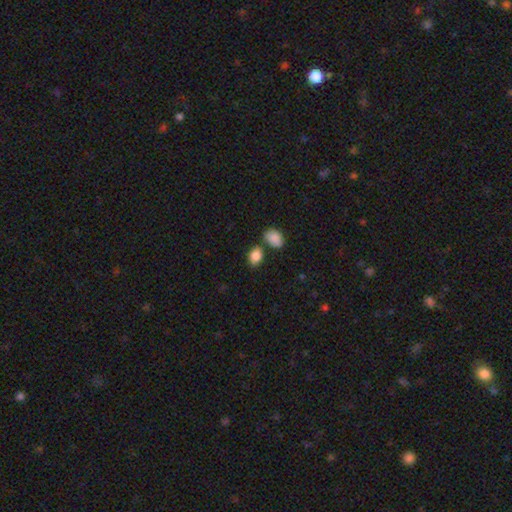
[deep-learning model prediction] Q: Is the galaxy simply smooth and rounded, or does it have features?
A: smooth — 88%.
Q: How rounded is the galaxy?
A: in between — 80%.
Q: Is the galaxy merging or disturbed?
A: none — 64%.